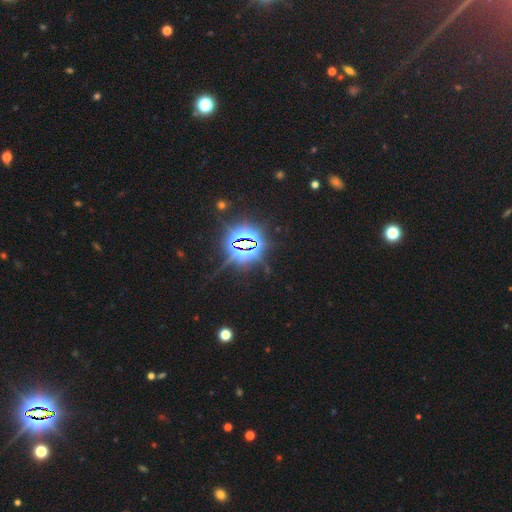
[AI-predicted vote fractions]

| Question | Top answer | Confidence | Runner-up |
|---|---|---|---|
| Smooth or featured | star or artifact | 86% | smooth (8%) |